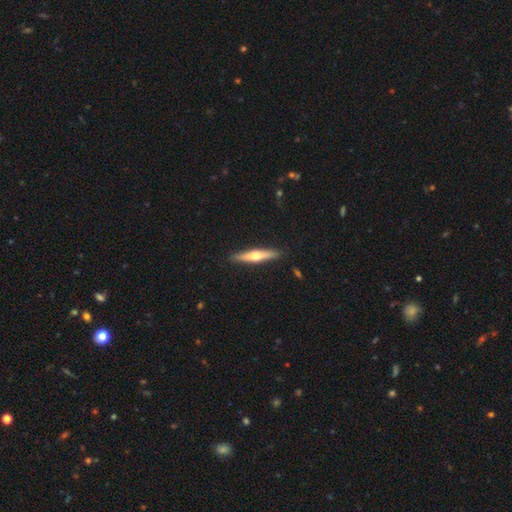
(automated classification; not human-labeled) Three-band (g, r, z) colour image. It shows a featured or disk galaxy (56%) viewed edge-on (96%) with a rounded central bulge (90%). Merging: none (90%).